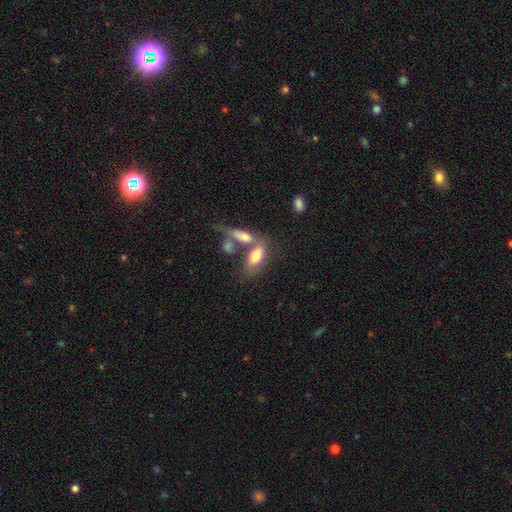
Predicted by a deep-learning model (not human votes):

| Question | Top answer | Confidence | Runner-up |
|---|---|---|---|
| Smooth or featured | smooth | 73% | featured or disk (20%) |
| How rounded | in between | 84% | cigar-shaped (12%) |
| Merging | none | 41% | merger (39%) |